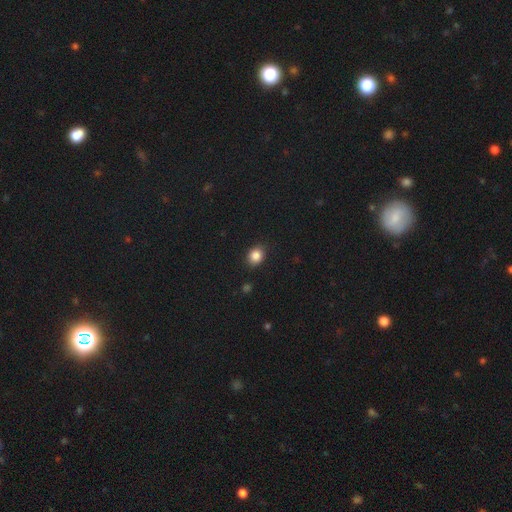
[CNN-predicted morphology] Smooth or featured? smooth (86%)
How rounded? round (53%)
Merging? none (87%)